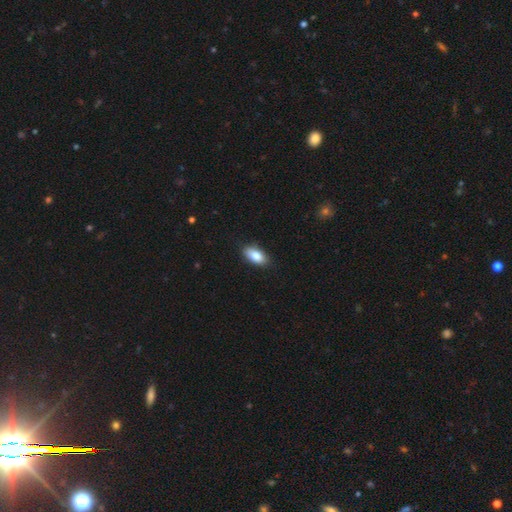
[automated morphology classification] A smooth galaxy with no disk features (84%) that is in between round and cigar-shaped (91%).

Vote fractions:
- Smooth or featured? smooth: 84% / featured or disk: 9% / star or artifact: 7%
- How rounded? in between: 91% / cigar-shaped: 6% / round: 4%
- Merging? none: 86% / minor disturbance: 11% / major disturbance: 2% / merger: 1%